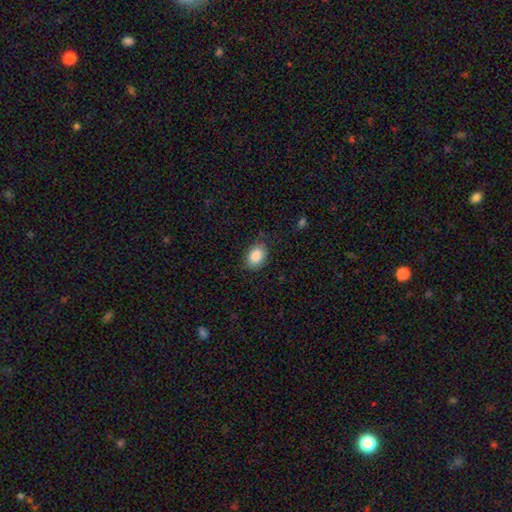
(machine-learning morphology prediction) type=smooth (86%); roundness=in between (76%); merging=none (76%).